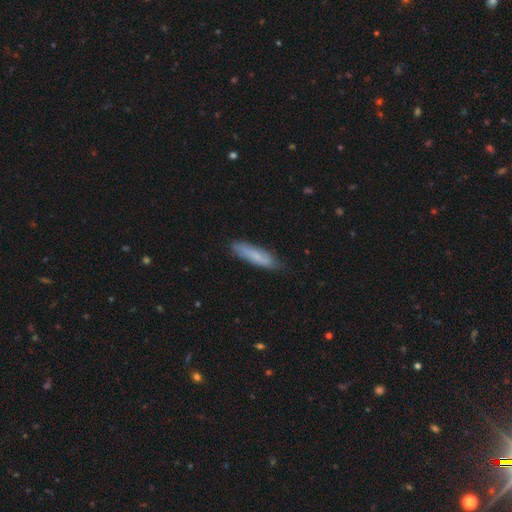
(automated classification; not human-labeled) A smooth galaxy with no disk features (71%) that is cigar-shaped (75%).

Vote fractions:
- Smooth or featured? smooth: 71% / featured or disk: 23% / star or artifact: 6%
- How rounded? cigar-shaped: 75% / in between: 24% / round: 1%
- Merging? none: 79% / minor disturbance: 17% / major disturbance: 3% / merger: 1%